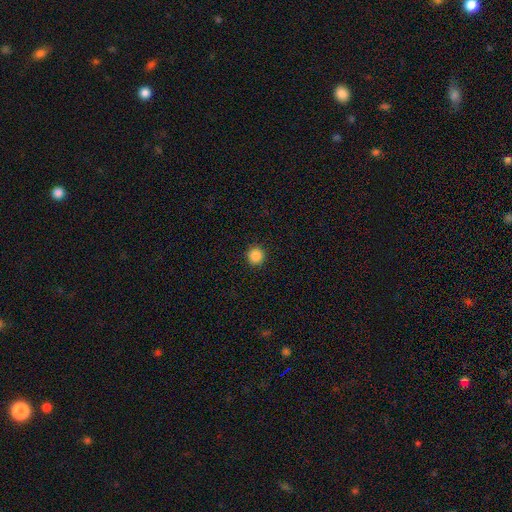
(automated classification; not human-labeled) A smooth galaxy with no disk features (87%) that is round (95%).

Vote fractions:
- Smooth or featured? smooth: 87% / star or artifact: 10% / featured or disk: 2%
- How rounded? round: 95% / in between: 4% / cigar-shaped: 1%
- Merging? none: 92% / minor disturbance: 5% / major disturbance: 2% / merger: 1%